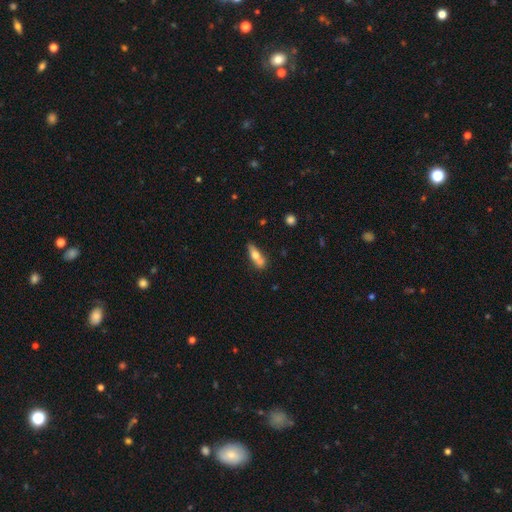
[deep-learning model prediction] Smooth or featured? smooth (60%)
How rounded? in between (49%)
Merging? none (50%)